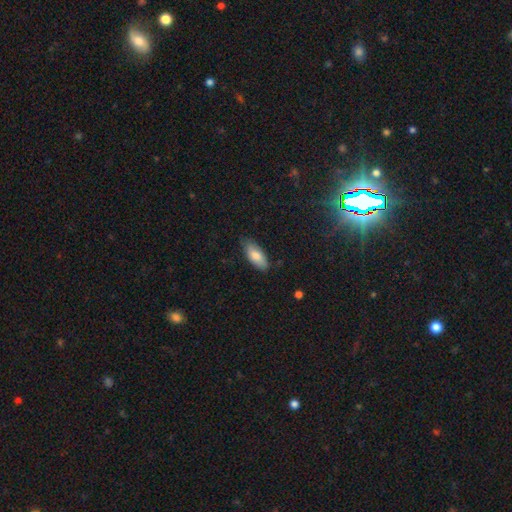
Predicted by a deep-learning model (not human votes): Overall: smooth (81%). How rounded: in between (84%). Merging: none (76%).